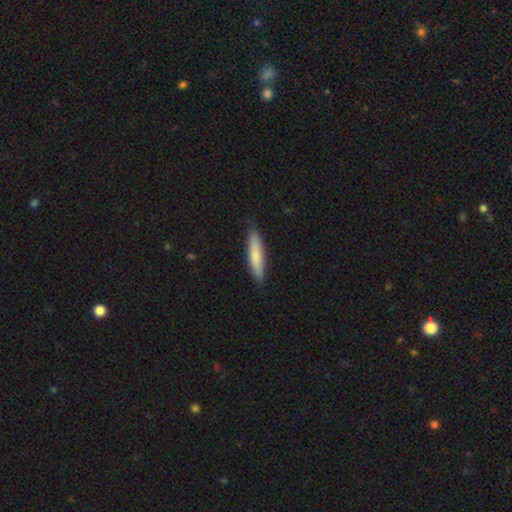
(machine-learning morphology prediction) A smooth galaxy with no disk features (75%) that is cigar-shaped (82%). Merging: none (84%).